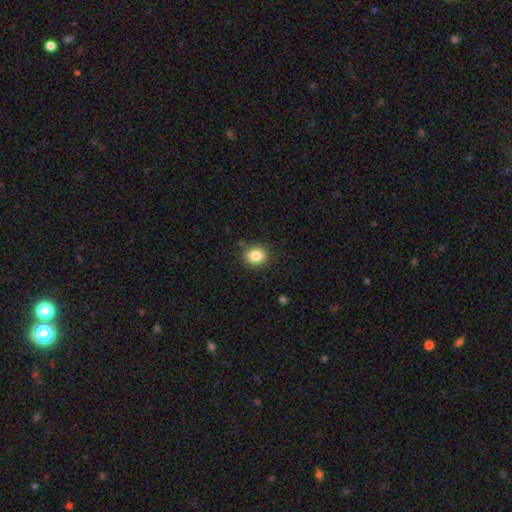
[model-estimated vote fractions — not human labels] This is clearly a smooth galaxy (83%). How rounded: likely round (77%). Merging: clearly none (87%).